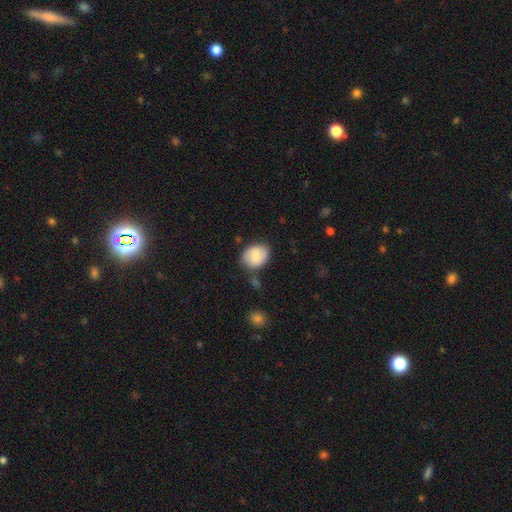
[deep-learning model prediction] Overall: smooth (77%). How rounded: in between (60%; round 39%). Merging: none (70%).